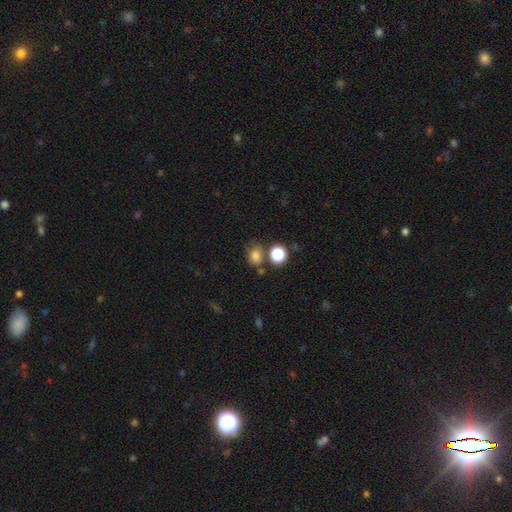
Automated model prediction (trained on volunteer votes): Smooth or featured: smooth — 78% (star or artifact — 15%)
How rounded: round — 55% (in between — 44%)
Merging: none — 65% (merger — 16%)